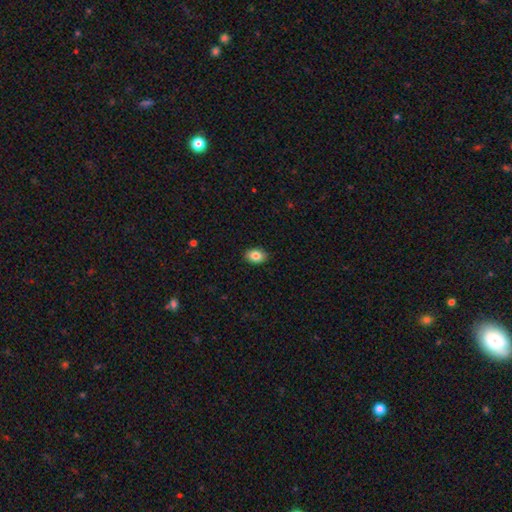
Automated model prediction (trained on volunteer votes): A smooth galaxy with no disk features (85%) that is in between round and cigar-shaped (78%). Merging: none (89%).